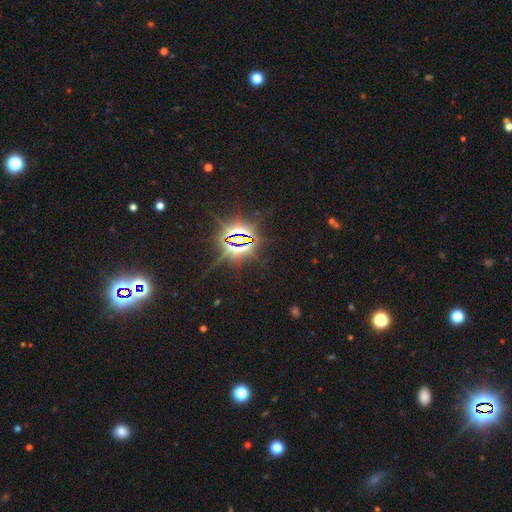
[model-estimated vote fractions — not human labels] Smooth or featured?
  - star or artifact: 83% *
  - smooth: 10%
  - featured or disk: 6%